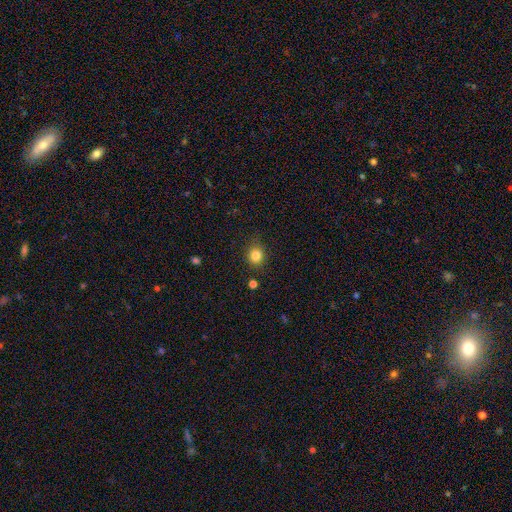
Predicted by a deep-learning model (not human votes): Q: Smooth or featured?
A: smooth (83%); runner-up: star or artifact (12%)
Q: How rounded?
A: round (80%); runner-up: in between (19%)
Q: Merging?
A: none (84%); runner-up: minor disturbance (11%)